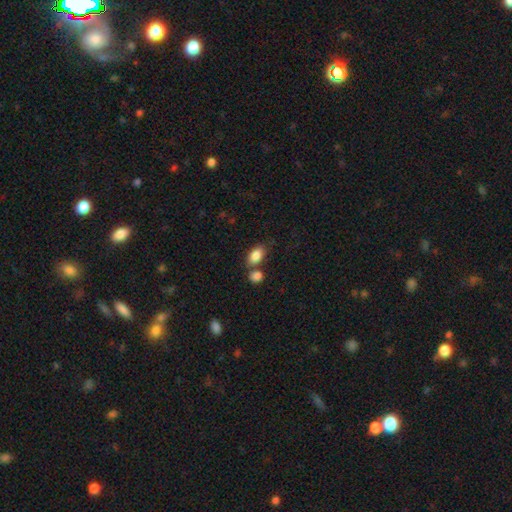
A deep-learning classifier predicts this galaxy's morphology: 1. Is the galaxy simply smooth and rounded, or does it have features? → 86% smooth, 8% star or artifact, 7% featured or disk.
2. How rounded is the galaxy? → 90% in between, 8% round, 2% cigar-shaped.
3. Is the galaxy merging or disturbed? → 58% none, 26% merger, 12% minor disturbance, 4% major disturbance.